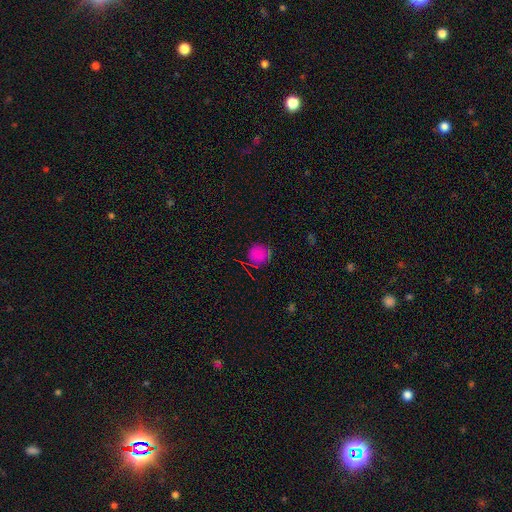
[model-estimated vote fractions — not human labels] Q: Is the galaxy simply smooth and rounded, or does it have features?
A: smooth — 76%.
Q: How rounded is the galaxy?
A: round — 90%.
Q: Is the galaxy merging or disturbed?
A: none — 77%.